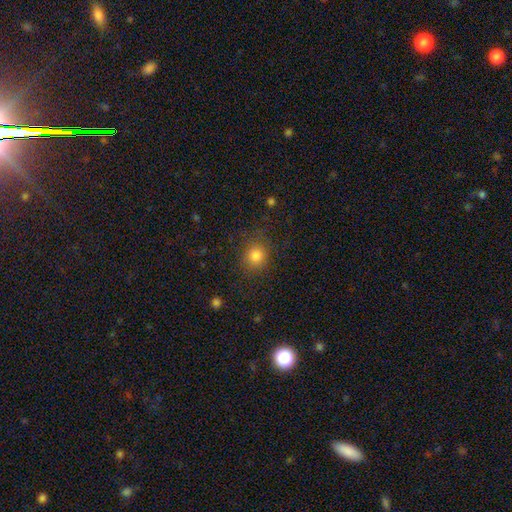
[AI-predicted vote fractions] The model was most divided on "how rounded": round: 82%, in between: 17%, cigar-shaped: 1%. More confident: smooth or featured — smooth (83%); merging — none (82%).